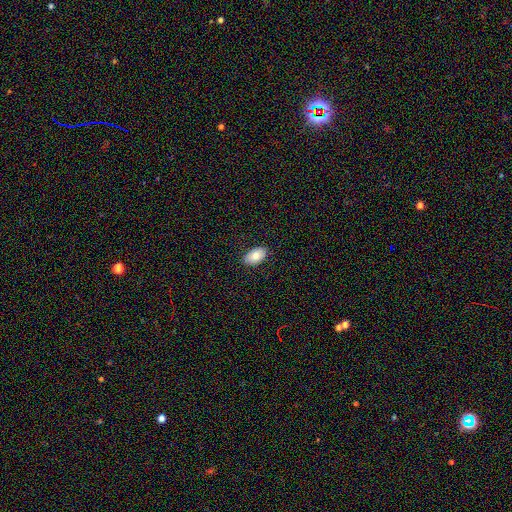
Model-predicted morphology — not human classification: Smooth or featured? smooth (78%)
How rounded? in between (93%)
Merging? none (87%)